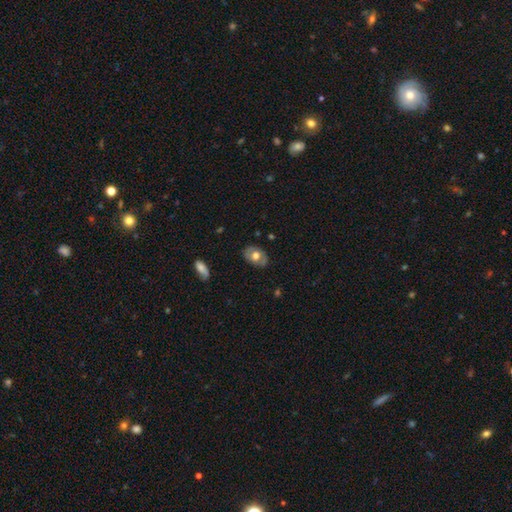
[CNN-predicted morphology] Smooth or featured? smooth (50%)
How rounded? in between (78%)
Merging? none (82%)